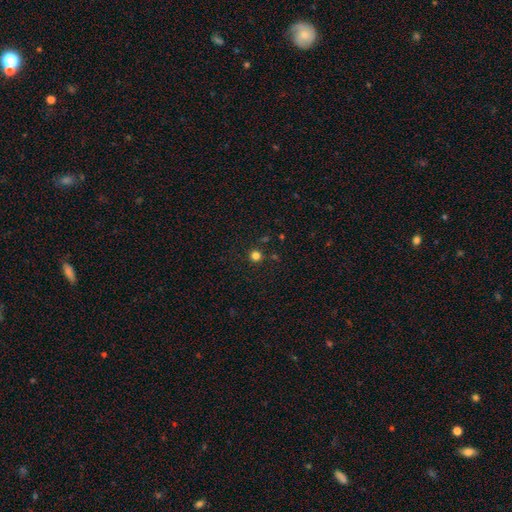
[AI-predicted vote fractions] smooth_or_featured: smooth (p=0.80) [alt: star or artifact p=0.16]
how_rounded: round (p=0.95) [alt: in between p=0.04]
merging: none (p=0.90) [alt: minor disturbance p=0.05]